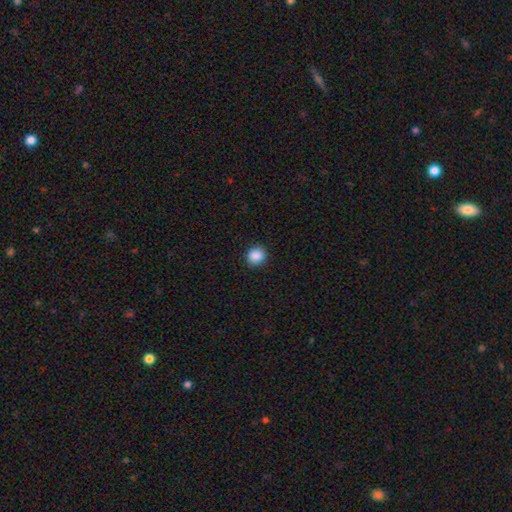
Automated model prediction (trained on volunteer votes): smooth 88%, star or artifact 9%, featured or disk 3%. Down the decision tree: how rounded — round (87%); merging — none (91%).